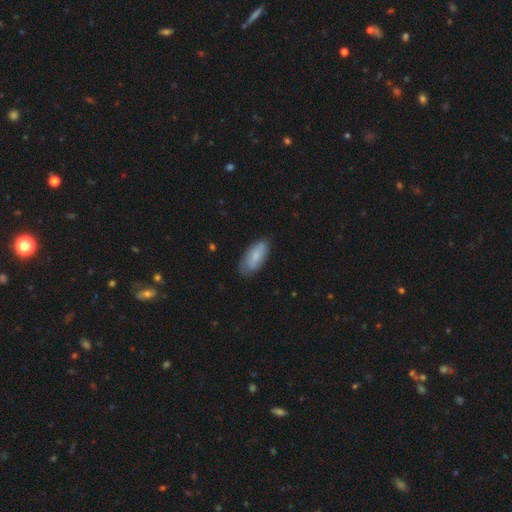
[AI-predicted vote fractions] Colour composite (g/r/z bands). It shows a smooth galaxy with no disk features (75%) that is in between round and cigar-shaped (87%). Merging: none (75%).